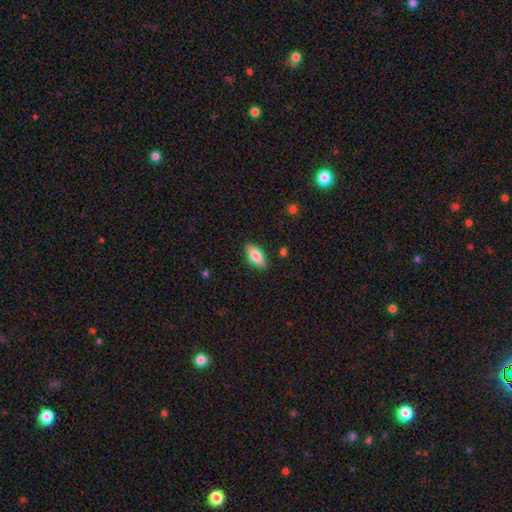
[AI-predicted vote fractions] Smooth or featured: smooth — 76% (featured or disk — 18%)
How rounded: in between — 81% (cigar-shaped — 16%)
Merging: none — 86% (minor disturbance — 10%)